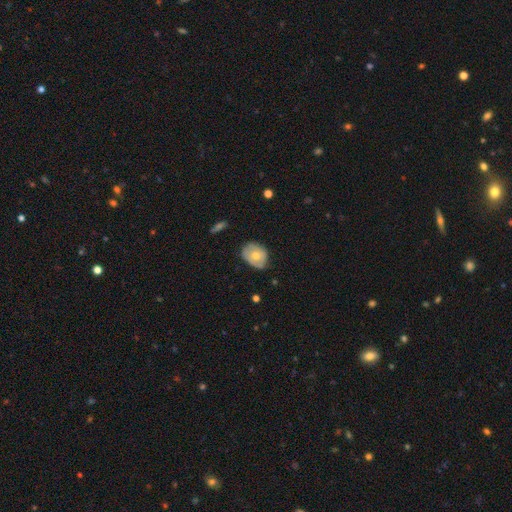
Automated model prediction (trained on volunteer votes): Smooth or featured: smooth — 52% (featured or disk — 42%)
How rounded: in between — 57% (round — 42%)
Merging: none — 61% (minor disturbance — 31%)